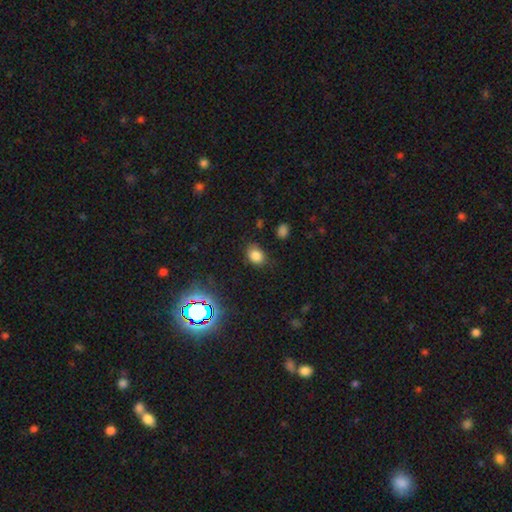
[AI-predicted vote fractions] Q: Smooth or featured?
A: smooth (80%); runner-up: star or artifact (14%)
Q: How rounded?
A: in between (66%); runner-up: round (32%)
Q: Merging?
A: none (77%); runner-up: minor disturbance (17%)